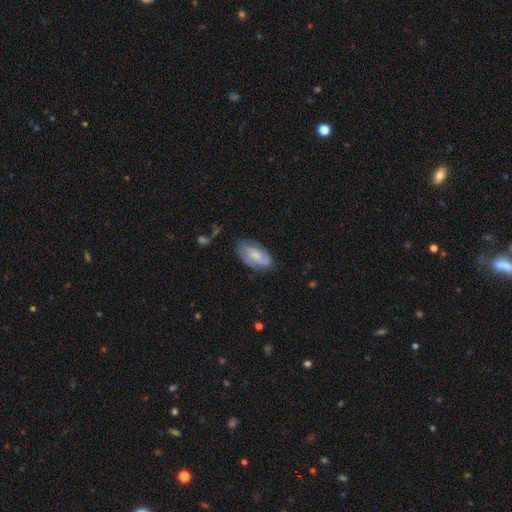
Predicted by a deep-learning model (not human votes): This appears to be a smooth galaxy with no disk features (49%). Merging: none (68%).